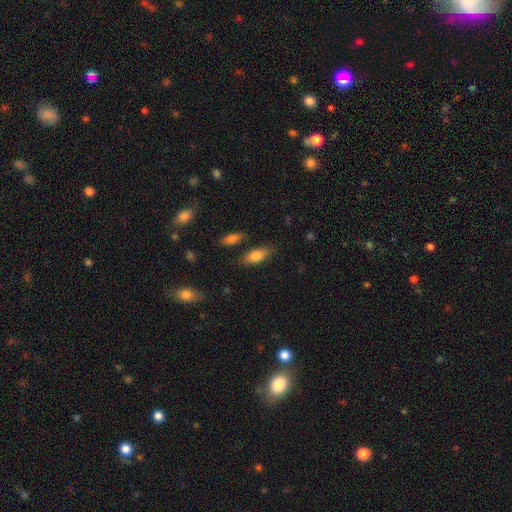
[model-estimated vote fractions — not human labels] Smooth or featured?
  - smooth: 80% *
  - featured or disk: 13%
  - star or artifact: 7%
How rounded?
  - in between: 82% *
  - cigar-shaped: 15%
  - round: 3%
Merging?
  - none: 78% *
  - minor disturbance: 14%
  - merger: 5%
  - major disturbance: 3%